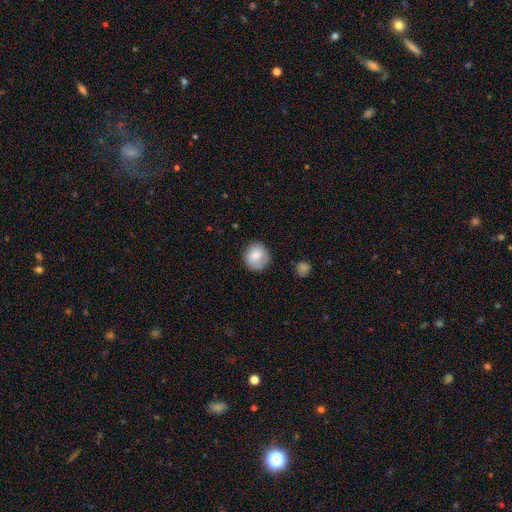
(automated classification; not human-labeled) smooth_or_featured: smooth (p=0.81) [alt: featured or disk p=0.12]
how_rounded: round (p=0.87) [alt: in between p=0.12]
merging: none (p=0.80) [alt: minor disturbance p=0.14]